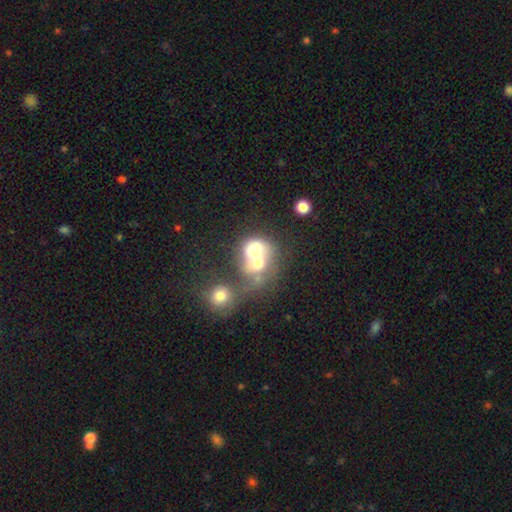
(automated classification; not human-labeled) A smooth galaxy with no disk features (59%) that is round (63%).

Vote fractions:
- Smooth or featured? smooth: 59% / featured or disk: 29% / star or artifact: 12%
- How rounded? round: 63% / in between: 36% / cigar-shaped: 1%
- Merging? merger: 69% / none: 16% / major disturbance: 9% / minor disturbance: 7%